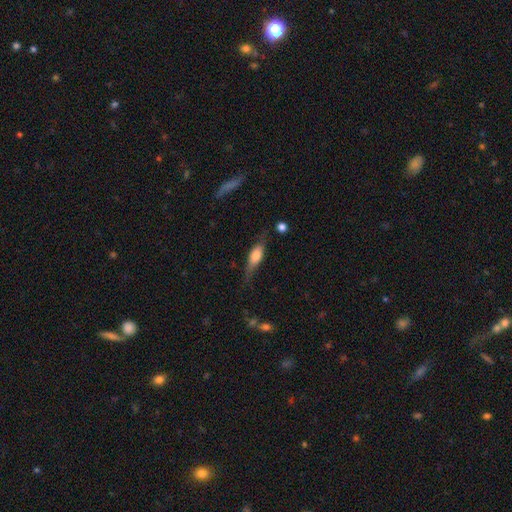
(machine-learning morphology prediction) This appears to be a smooth galaxy with no disk features (56%) that is in between round and cigar-shaped (57%). Merging: none (58%).